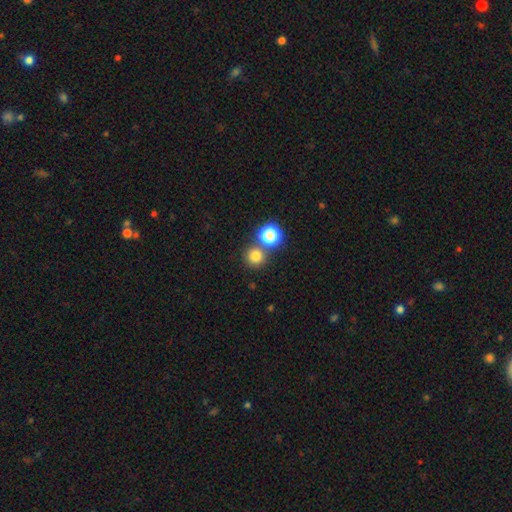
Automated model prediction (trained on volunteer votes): smooth-or-featured: smooth: 75% | star or artifact: 18% | featured or disk: 7%
  how-rounded: round: 92% | in between: 7% | cigar-shaped: 1%
  merging: none: 70% | merger: 21% | minor disturbance: 7% | major disturbance: 3%